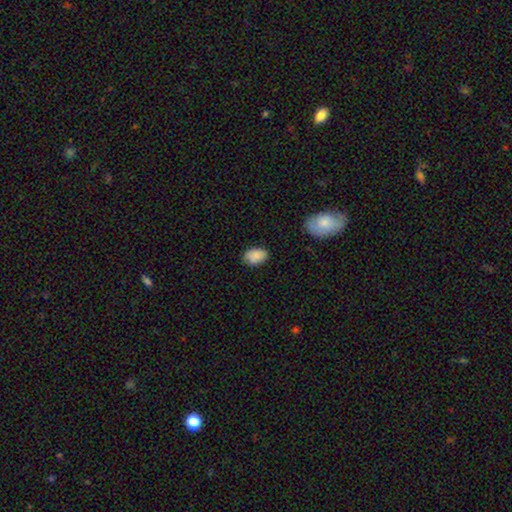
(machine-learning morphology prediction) This is clearly a smooth galaxy (87%). How rounded: clearly in between (87%). Merging: clearly none (82%).